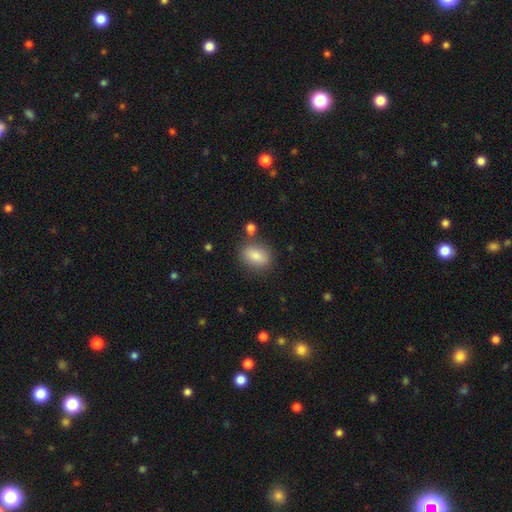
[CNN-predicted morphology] smooth 85%, star or artifact 8%, featured or disk 7%. Down the decision tree: how rounded — in between (80%); merging — none (74%).